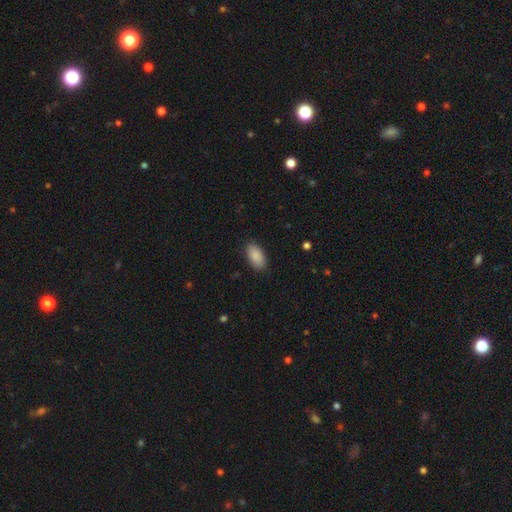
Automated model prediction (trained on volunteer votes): Smooth or featured? smooth (90%)
How rounded? in between (95%)
Merging? none (87%)